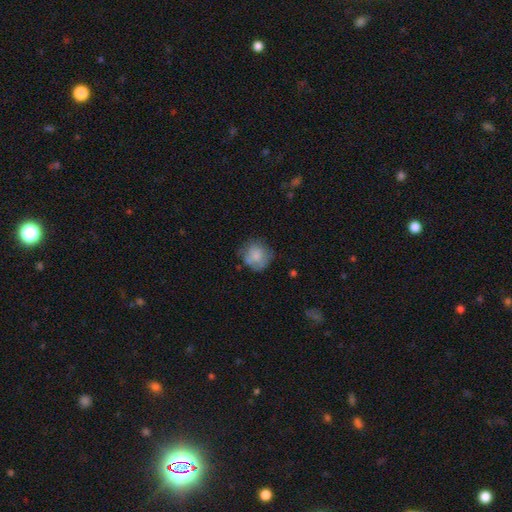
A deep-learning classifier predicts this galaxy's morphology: Smooth or featured? smooth (71%)
How rounded? round (83%)
Merging? none (60%)